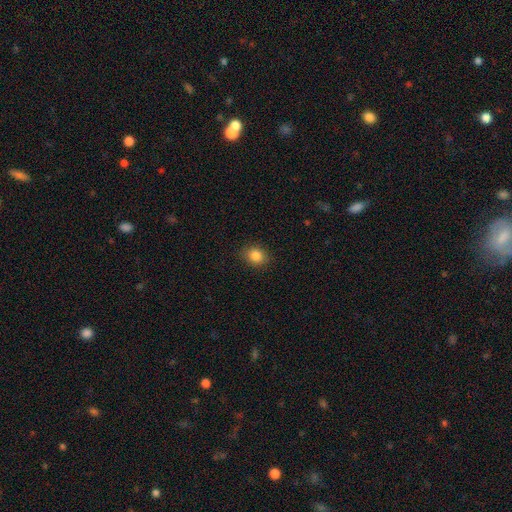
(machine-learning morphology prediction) Q: Smooth or featured?
A: smooth (85%); runner-up: star or artifact (10%)
Q: How rounded?
A: round (57%); runner-up: in between (42%)
Q: Merging?
A: none (87%); runner-up: minor disturbance (9%)